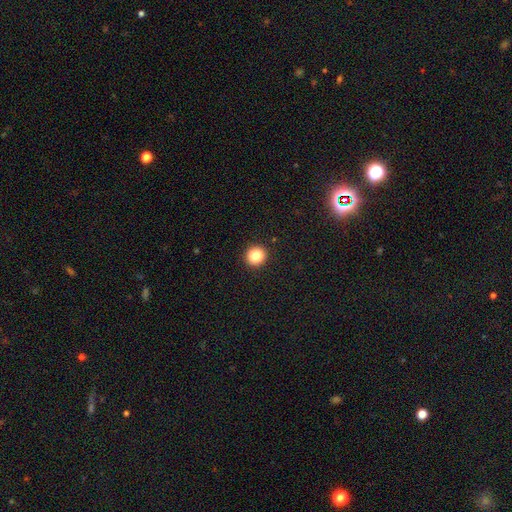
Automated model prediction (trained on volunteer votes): Smooth or featured? Predicted: smooth (p=0.84). How rounded? Predicted: round (p=0.93). Merging? Predicted: none (p=0.93).